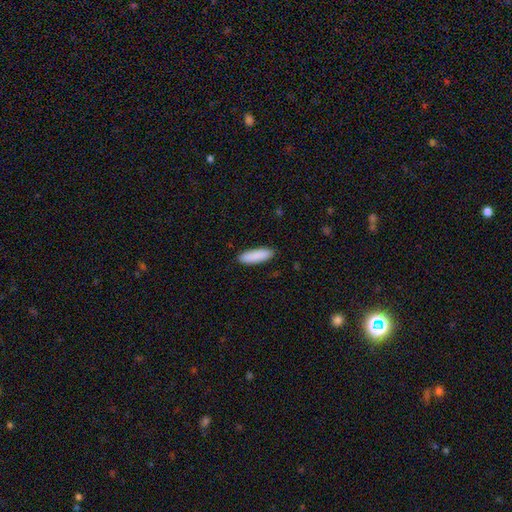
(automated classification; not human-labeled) Smooth or featured? smooth (90%)
How rounded? in between (51%)
Merging? none (89%)